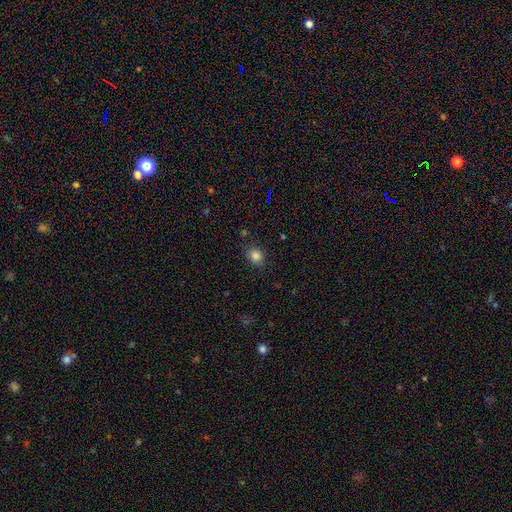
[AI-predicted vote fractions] This appears to be a smooth galaxy with no disk features (84%) that is round (58%). Merging: none (84%).